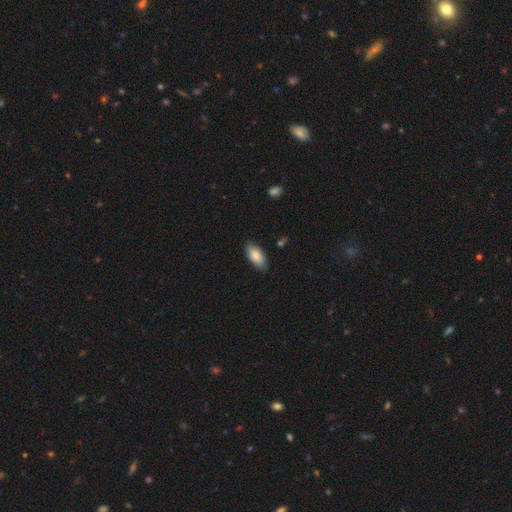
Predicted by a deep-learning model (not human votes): Morphology: type=smooth (86%); roundness=in between (90%); merging=none (86%).